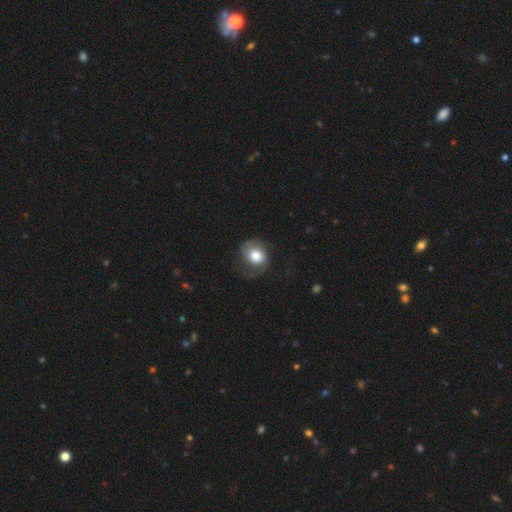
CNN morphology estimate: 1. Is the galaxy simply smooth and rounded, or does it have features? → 64% smooth, 28% featured or disk, 7% star or artifact.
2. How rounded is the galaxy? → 63% round, 36% in between, 1% cigar-shaped.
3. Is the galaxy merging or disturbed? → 48% none, 26% minor disturbance, 25% major disturbance, 1% merger.